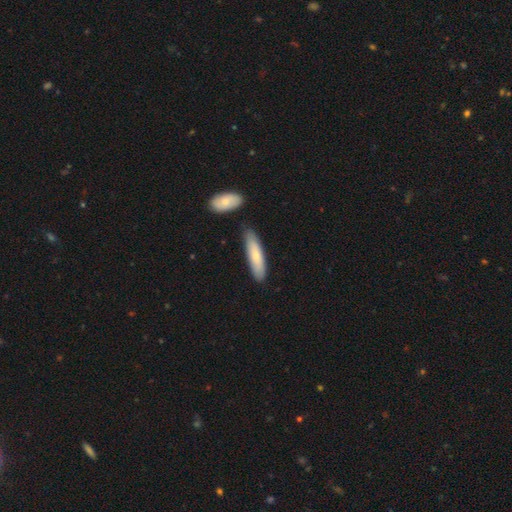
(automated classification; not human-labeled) Smooth or featured? smooth (73%)
How rounded? cigar-shaped (70%)
Merging? none (79%)